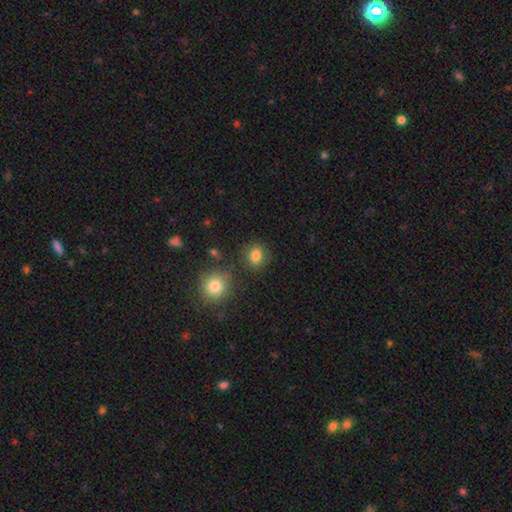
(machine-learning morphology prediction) This is clearly a smooth galaxy (81%). How rounded: possibly round (57%). Merging: likely none (79%).